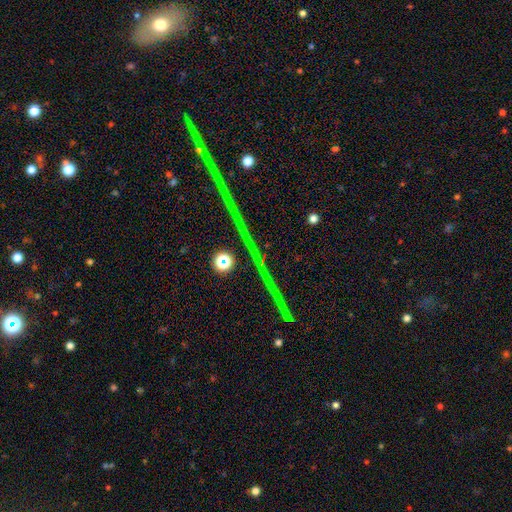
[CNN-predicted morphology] Smooth or featured?
  - star or artifact: 81% *
  - featured or disk: 12%
  - smooth: 7%